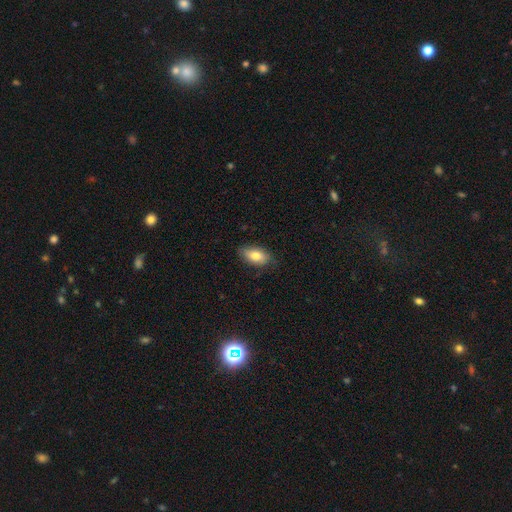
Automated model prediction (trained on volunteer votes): This appears to be a smooth galaxy with no disk features (79%) that is in between round and cigar-shaped (90%). Merging: none (79%).